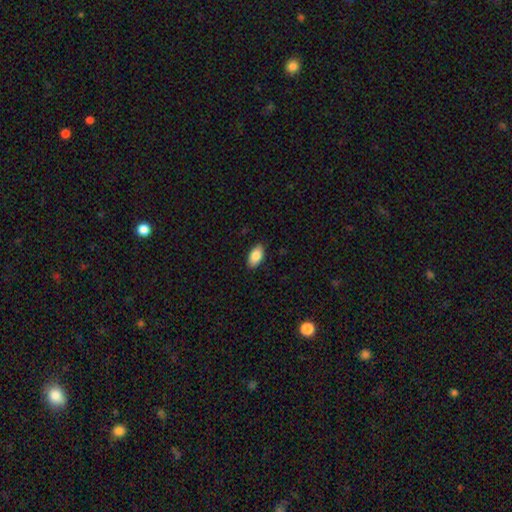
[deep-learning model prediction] smooth-or-featured: smooth: 87% | star or artifact: 7% | featured or disk: 7%
  how-rounded: in between: 94% | round: 3% | cigar-shaped: 3%
  merging: none: 89% | minor disturbance: 8% | major disturbance: 2% | merger: 1%